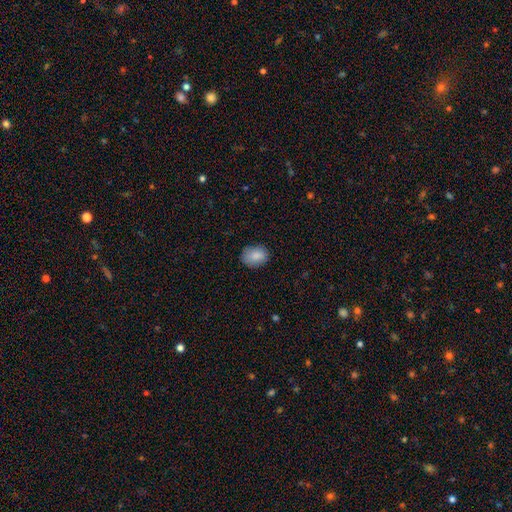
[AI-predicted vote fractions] Smooth or featured? smooth (87%)
How rounded? in between (70%)
Merging? none (83%)